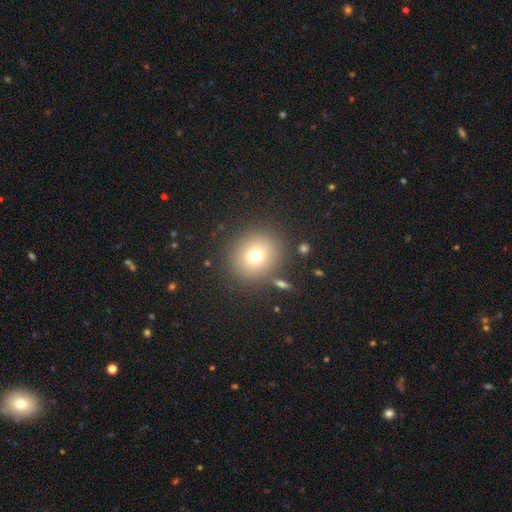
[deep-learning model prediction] Q: Smooth or featured?
A: smooth (71%); runner-up: star or artifact (16%)
Q: How rounded?
A: round (86%); runner-up: in between (13%)
Q: Merging?
A: none (84%); runner-up: minor disturbance (8%)